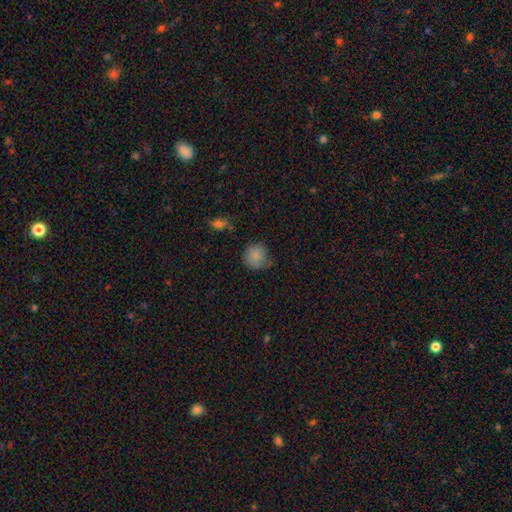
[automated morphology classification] A smooth galaxy with no disk features (83%) that is round (87%). Merging: none (65%).